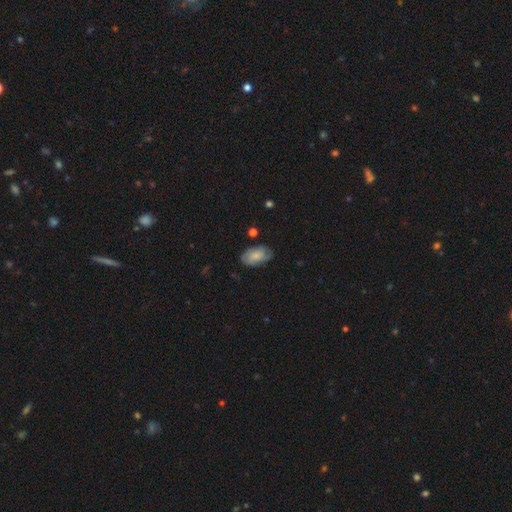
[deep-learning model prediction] This appears to be a smooth galaxy with no disk features (58%) that is in between round and cigar-shaped (92%). Merging: none (70%).